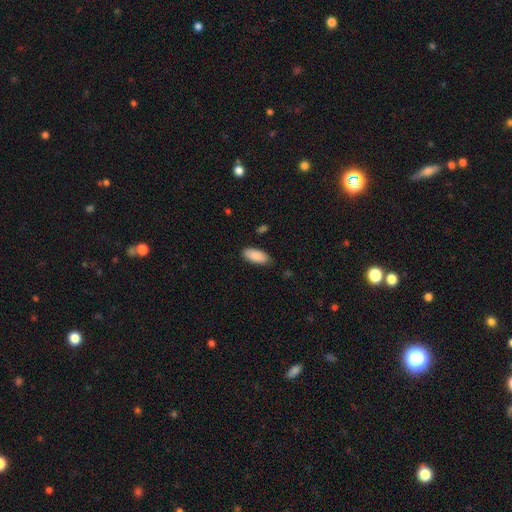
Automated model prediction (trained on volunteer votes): Smooth or featured?
  - smooth: 89% *
  - star or artifact: 6%
  - featured or disk: 5%
How rounded?
  - in between: 88% *
  - cigar-shaped: 10%
  - round: 2%
Merging?
  - none: 80% *
  - minor disturbance: 15%
  - major disturbance: 3%
  - merger: 2%